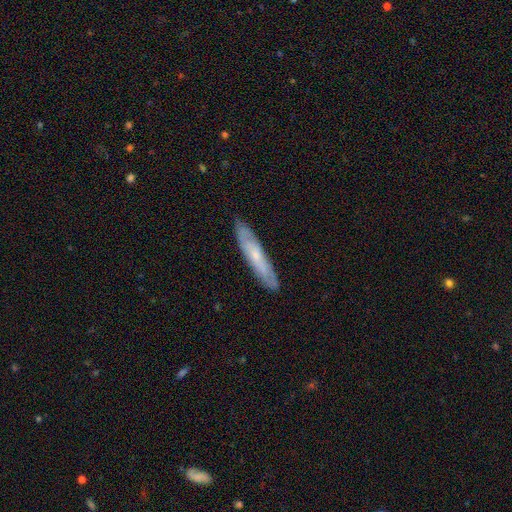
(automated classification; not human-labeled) smooth-or-featured: featured or disk: 51% | smooth: 43% | star or artifact: 6%
  disk-edge-on: yes: 58% | no: 42%
  merging: none: 87% | minor disturbance: 10% | major disturbance: 2% | merger: 1%